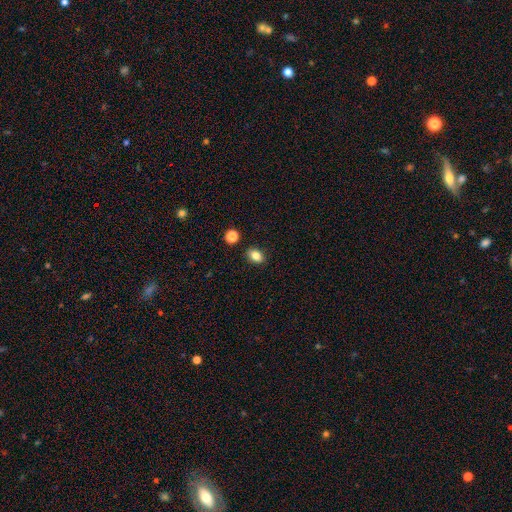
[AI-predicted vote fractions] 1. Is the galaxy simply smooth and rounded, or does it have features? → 83% smooth, 11% star or artifact, 6% featured or disk.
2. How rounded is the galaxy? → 70% in between, 28% round, 1% cigar-shaped.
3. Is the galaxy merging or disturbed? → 86% none, 9% minor disturbance, 3% merger, 2% major disturbance.